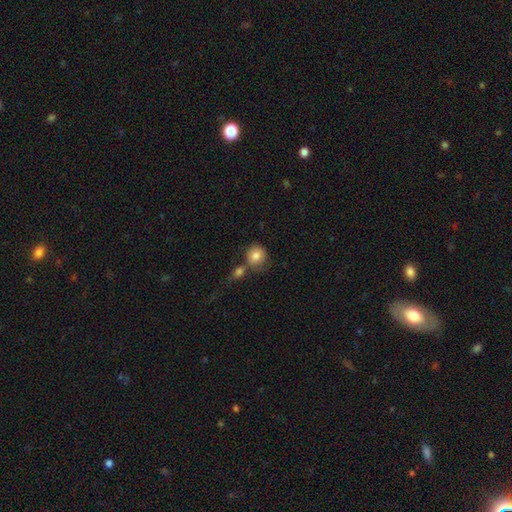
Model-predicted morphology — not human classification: Overall: smooth (82%). How rounded: round (84%). Merging: none (50%; merger 31%).